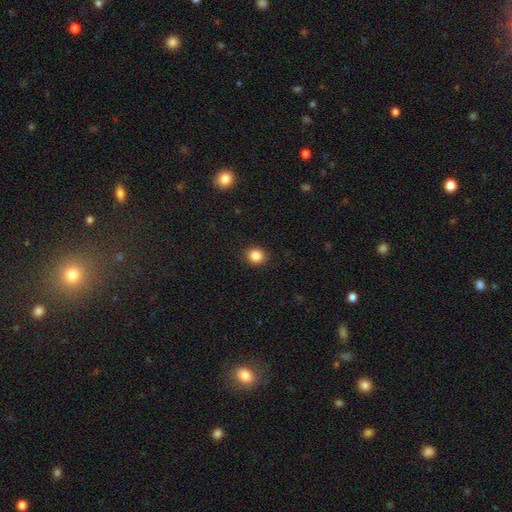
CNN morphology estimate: Overall: smooth (86%). How rounded: round (81%). Merging: none (90%).